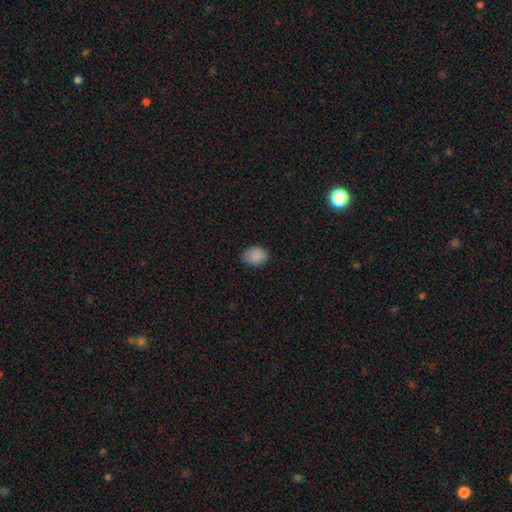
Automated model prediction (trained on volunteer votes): Morphology: type=smooth (88%); roundness=in between (58%); merging=none (82%).